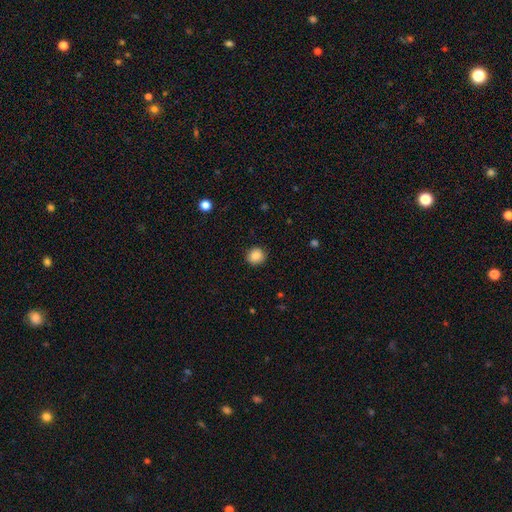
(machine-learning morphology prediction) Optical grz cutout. It shows a smooth galaxy with no disk features (87%) that is round (88%). Merging: none (90%).